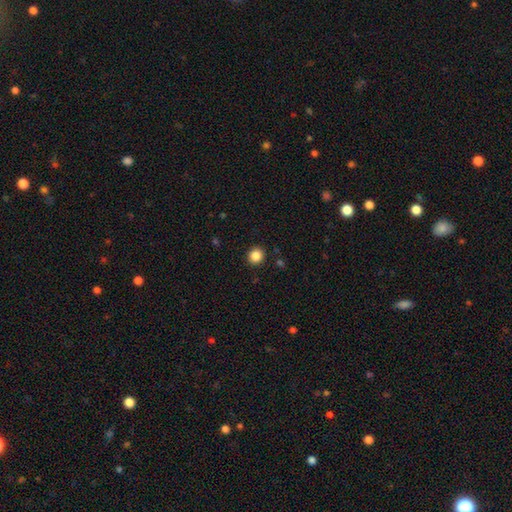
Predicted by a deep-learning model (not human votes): Q: Smooth or featured?
A: smooth (85%); runner-up: star or artifact (11%)
Q: How rounded?
A: round (89%); runner-up: in between (10%)
Q: Merging?
A: none (91%); runner-up: minor disturbance (5%)